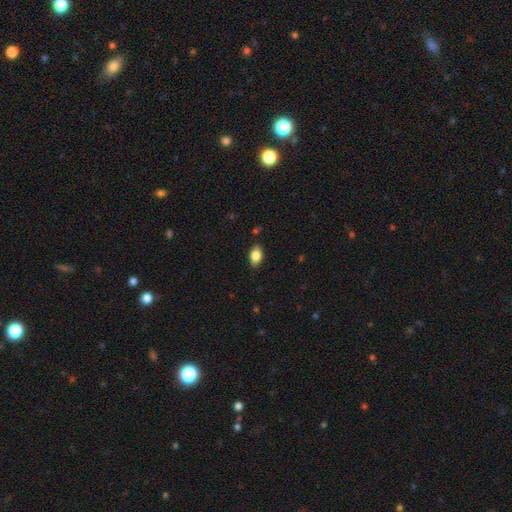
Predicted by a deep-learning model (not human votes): smooth-or-featured: smooth: 85% | star or artifact: 8% | featured or disk: 7%
  how-rounded: in between: 90% | round: 8% | cigar-shaped: 2%
  merging: none: 86% | minor disturbance: 11% | major disturbance: 2% | merger: 1%